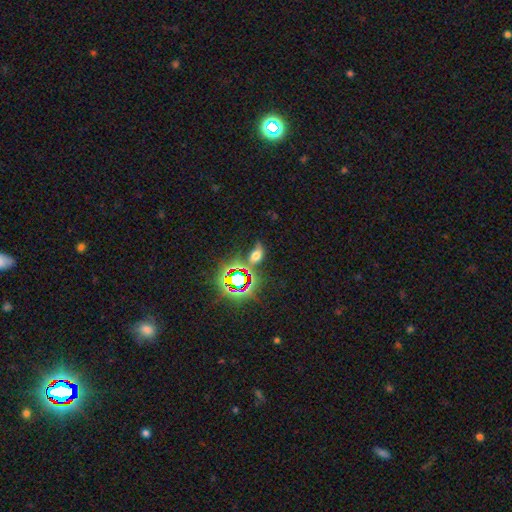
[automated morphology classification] The model was most divided on "smooth or featured": smooth: 46%, star or artifact: 37%, featured or disk: 17%. More confident: merging — none (56%).